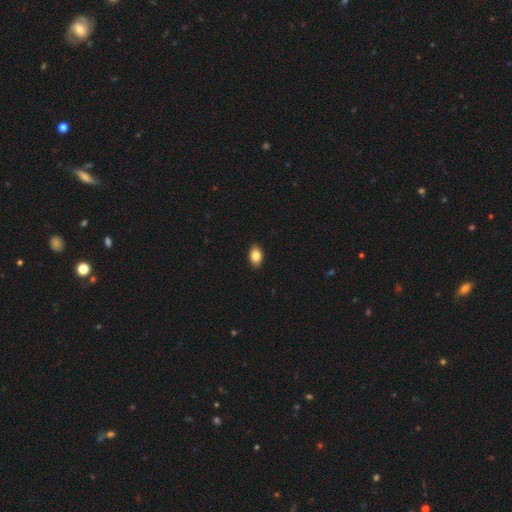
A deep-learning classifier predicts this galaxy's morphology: smooth-or-featured: smooth: 86% | star or artifact: 8% | featured or disk: 7%
  how-rounded: in between: 85% | round: 13% | cigar-shaped: 1%
  merging: none: 90% | minor disturbance: 8% | major disturbance: 2% | merger: 1%